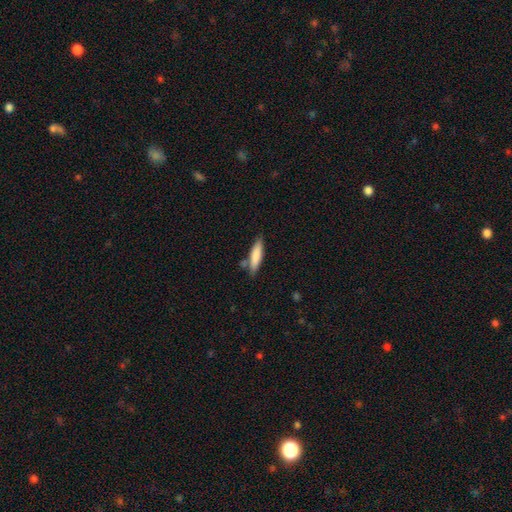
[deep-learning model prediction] smooth-or-featured: smooth: 79% | featured or disk: 15% | star or artifact: 6%
  how-rounded: cigar-shaped: 76% | in between: 22% | round: 1%
  merging: none: 75% | minor disturbance: 15% | merger: 7% | major disturbance: 3%